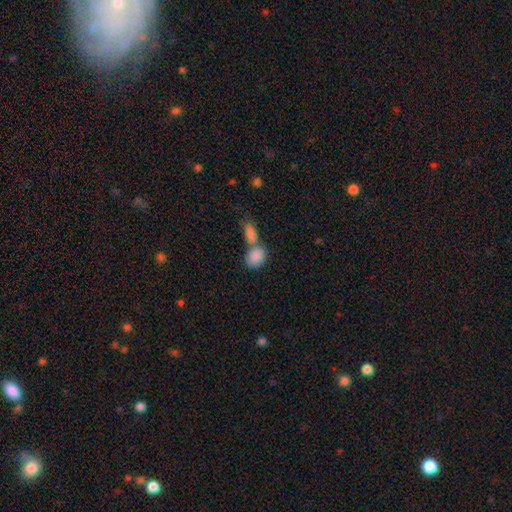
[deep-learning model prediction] Morphology: type=smooth (87%); roundness=in between (73%); merging=merger (54%).